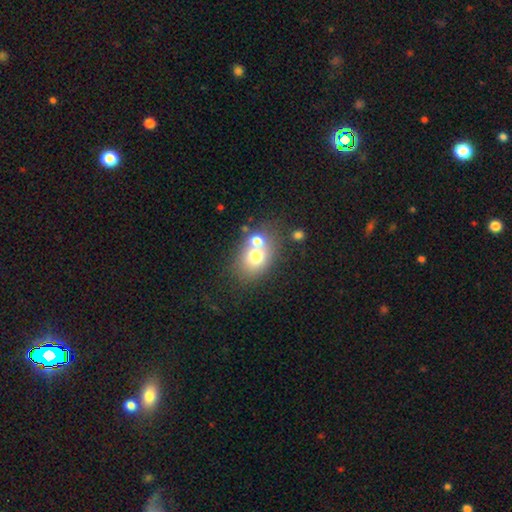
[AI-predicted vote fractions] Smooth or featured?
  - smooth: 68% *
  - featured or disk: 20%
  - star or artifact: 12%
How rounded?
  - in between: 52% *
  - round: 47%
  - cigar-shaped: 1%
Merging?
  - merger: 46% *
  - none: 41%
  - minor disturbance: 9%
  - major disturbance: 4%